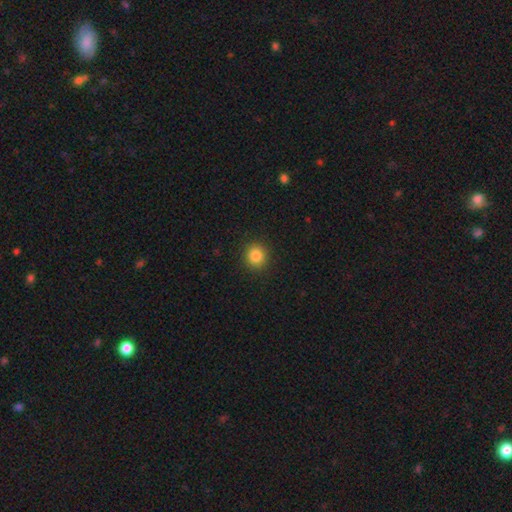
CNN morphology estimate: Smooth or featured?
  - smooth: 85% *
  - star or artifact: 11%
  - featured or disk: 4%
How rounded?
  - round: 88% *
  - in between: 11%
  - cigar-shaped: 1%
Merging?
  - none: 91% *
  - minor disturbance: 6%
  - major disturbance: 2%
  - merger: 1%